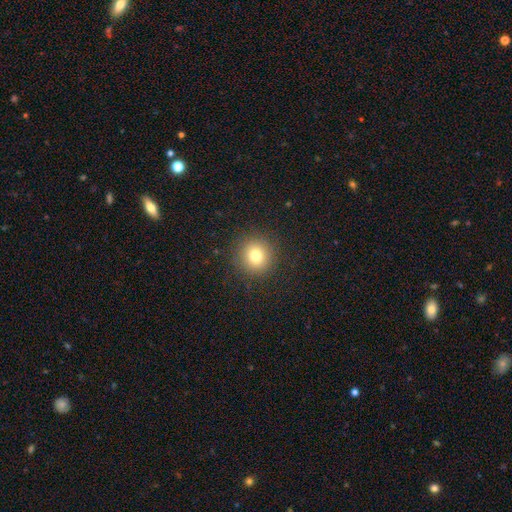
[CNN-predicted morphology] Smooth or featured? Predicted: smooth (p=0.78). How rounded? Predicted: round (p=0.93). Merging? Predicted: none (p=0.90).